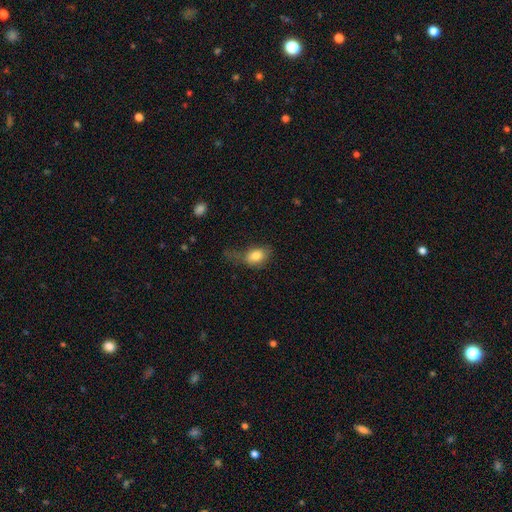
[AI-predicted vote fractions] Overall: smooth (79%). How rounded: in between (77%). Merging: major disturbance (35%; minor disturbance 31%).